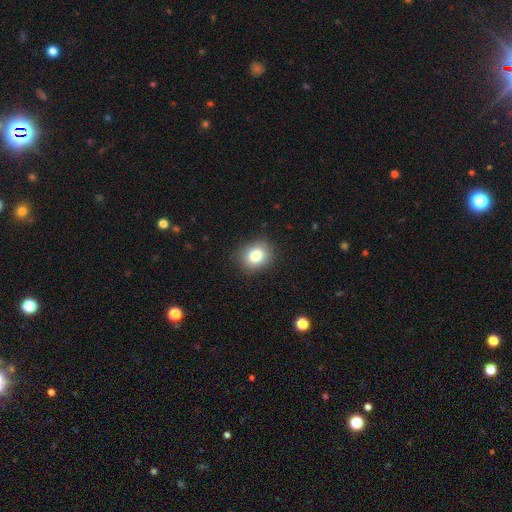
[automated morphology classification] Smooth or featured: smooth — 81% (star or artifact — 11%)
How rounded: round — 64% (in between — 35%)
Merging: none — 88% (minor disturbance — 9%)